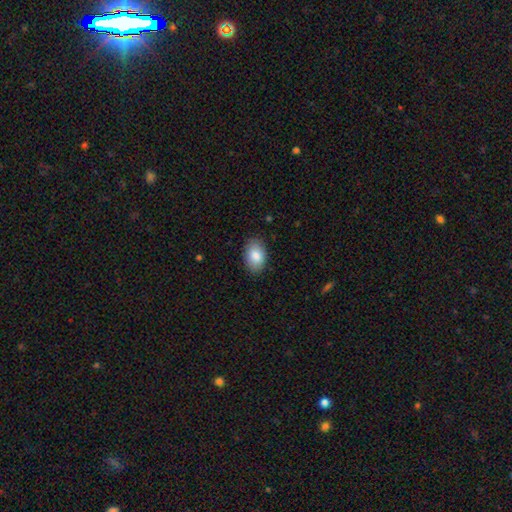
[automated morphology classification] Smooth or featured? smooth (85%)
How rounded? in between (90%)
Merging? none (86%)